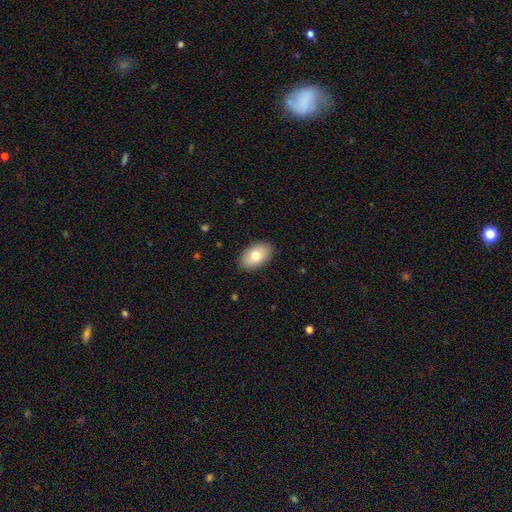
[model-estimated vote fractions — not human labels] The model was most divided on "smooth or featured": smooth: 76%, featured or disk: 17%, star or artifact: 7%. More confident: how rounded — in between (92%); merging — none (88%).